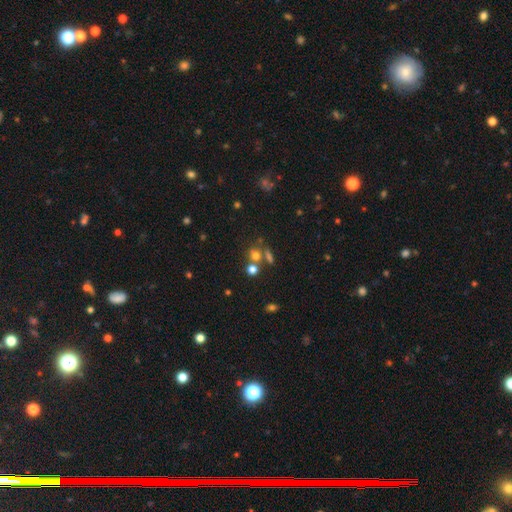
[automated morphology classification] The model was most divided on "merging": none: 56%, merger: 29%, minor disturbance: 10%, major disturbance: 6%. More confident: how rounded — round (78%); smooth or featured — smooth (64%).